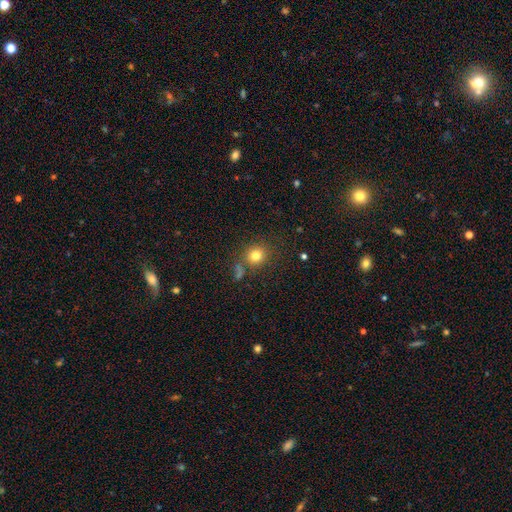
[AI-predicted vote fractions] This appears to be a smooth galaxy with no disk features (79%) that is round (83%). Merging: none (77%).